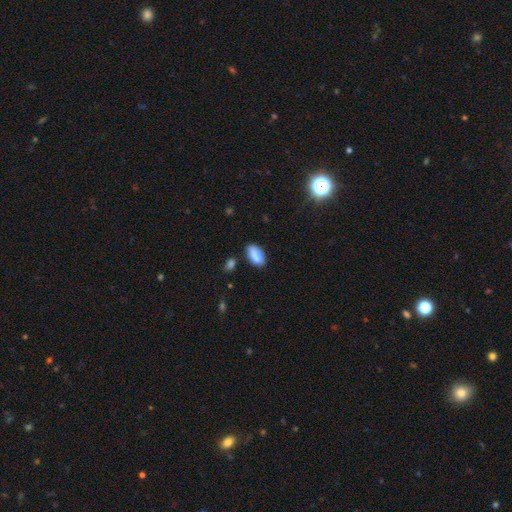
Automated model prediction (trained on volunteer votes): smooth_or_featured: smooth (p=0.87) [alt: star or artifact p=0.07]
how_rounded: in between (p=0.93) [alt: cigar-shaped p=0.04]
merging: none (p=0.73) [alt: minor disturbance p=0.19]